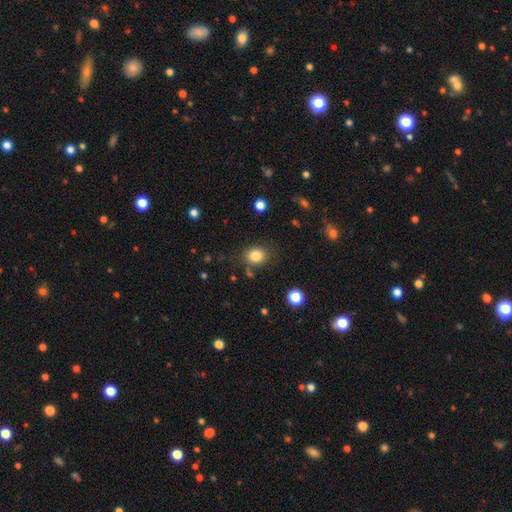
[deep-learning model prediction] Smooth or featured?
  - smooth: 83% *
  - star or artifact: 11%
  - featured or disk: 6%
How rounded?
  - round: 65% *
  - in between: 34%
  - cigar-shaped: 1%
Merging?
  - none: 79% *
  - minor disturbance: 13%
  - major disturbance: 4%
  - merger: 4%